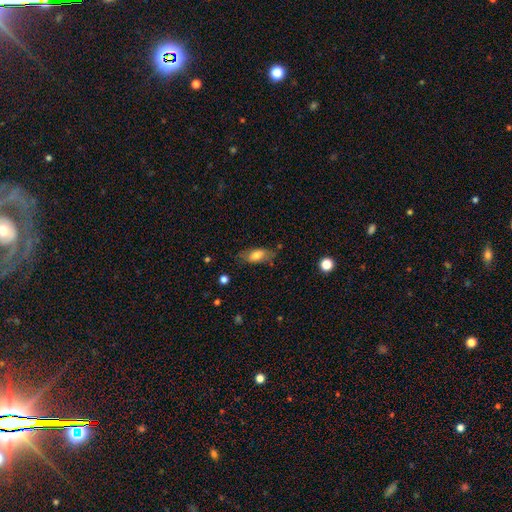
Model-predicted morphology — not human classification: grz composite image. It shows a smooth galaxy with no disk features (68%) that is in between round and cigar-shaped (80%). Merging: none (71%).